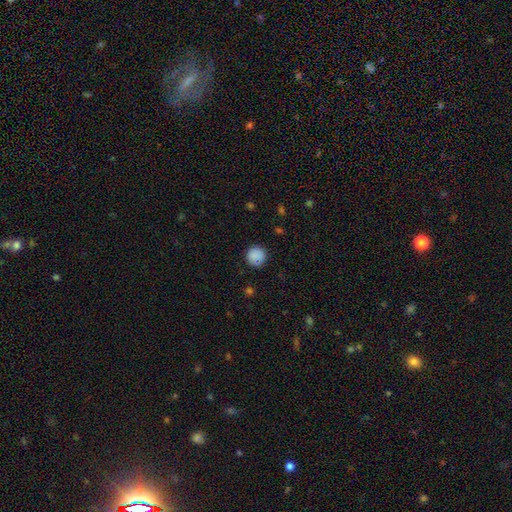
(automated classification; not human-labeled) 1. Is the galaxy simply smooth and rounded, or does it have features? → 84% smooth, 9% star or artifact, 7% featured or disk.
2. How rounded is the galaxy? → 93% round, 6% in between, 1% cigar-shaped.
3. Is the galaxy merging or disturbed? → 81% none, 13% minor disturbance, 3% major disturbance, 3% merger.